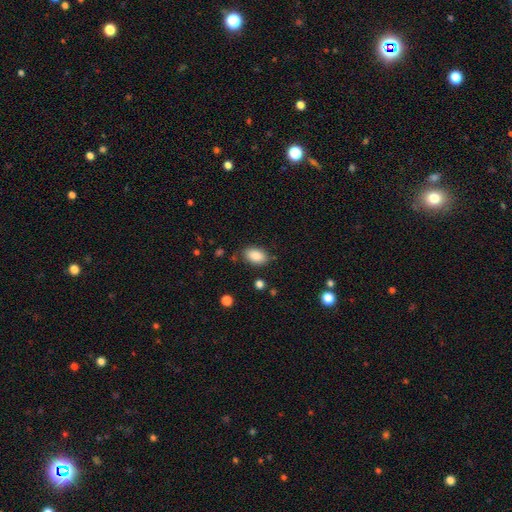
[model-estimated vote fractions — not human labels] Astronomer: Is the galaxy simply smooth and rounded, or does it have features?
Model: smooth — 87%.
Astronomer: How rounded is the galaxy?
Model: in between — 90%.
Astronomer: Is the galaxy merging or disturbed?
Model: none — 81%.